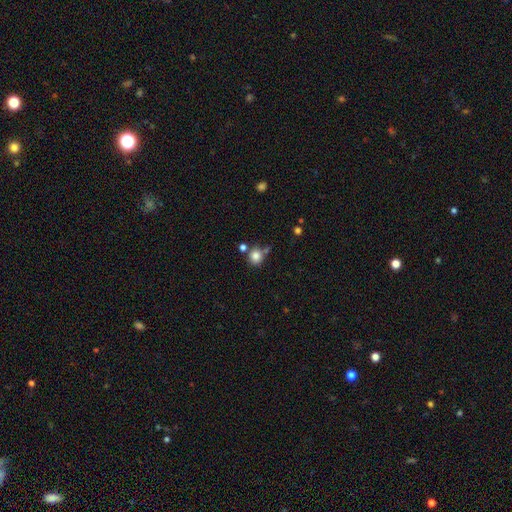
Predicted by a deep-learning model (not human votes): Morphology: type=smooth (82%); roundness=round (87%); merging=none (67%).